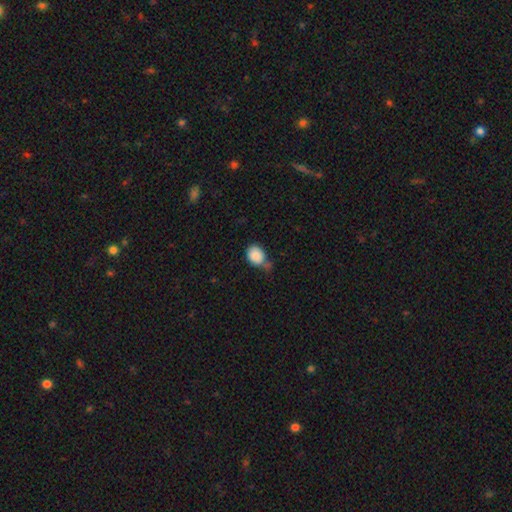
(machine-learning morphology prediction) Smooth or featured?
  - smooth: 86% *
  - star or artifact: 8%
  - featured or disk: 6%
How rounded?
  - in between: 50% *
  - round: 49%
  - cigar-shaped: 1%
Merging?
  - none: 44% *
  - minor disturbance: 33%
  - merger: 13%
  - major disturbance: 10%